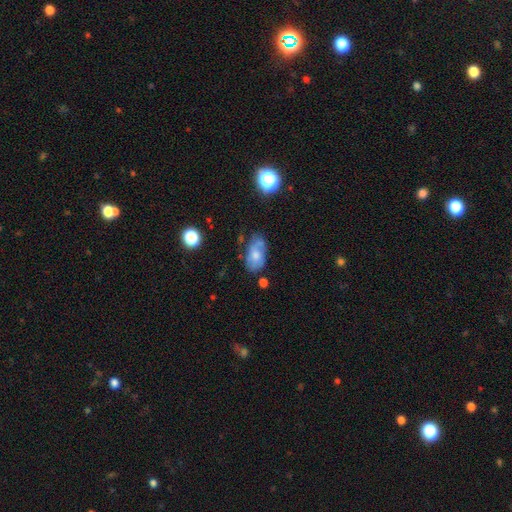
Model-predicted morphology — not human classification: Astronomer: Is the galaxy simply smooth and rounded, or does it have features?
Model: smooth — 50% (runner-up: featured or disk, 41%).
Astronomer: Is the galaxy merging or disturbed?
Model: none — 49% (runner-up: minor disturbance, 31%).